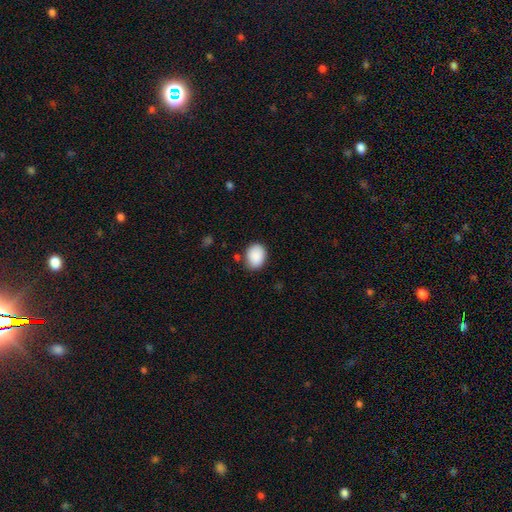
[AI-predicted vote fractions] Morphology: type=smooth (90%); roundness=in between (59%); merging=none (81%).